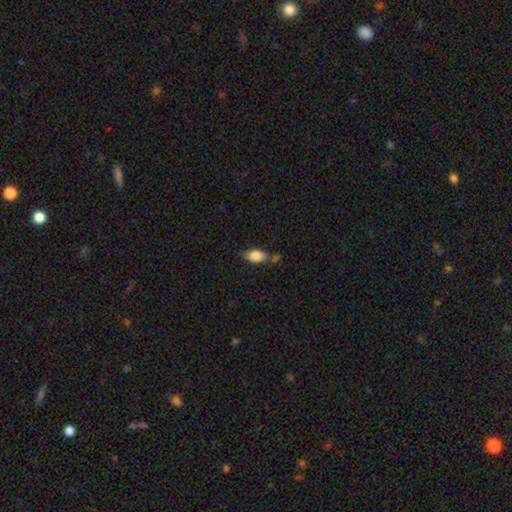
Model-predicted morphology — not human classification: smooth 85%, featured or disk 8%, star or artifact 7%. Down the decision tree: how rounded — in between (90%); merging — none (56%).